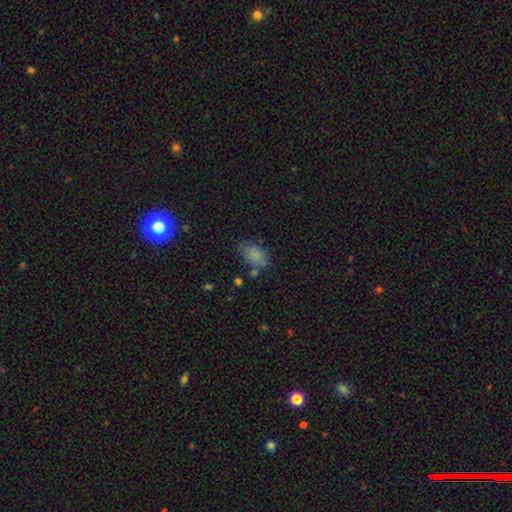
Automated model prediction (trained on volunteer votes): Morphology: type=smooth (81%); roundness=in between (88%); merging=none (62%).